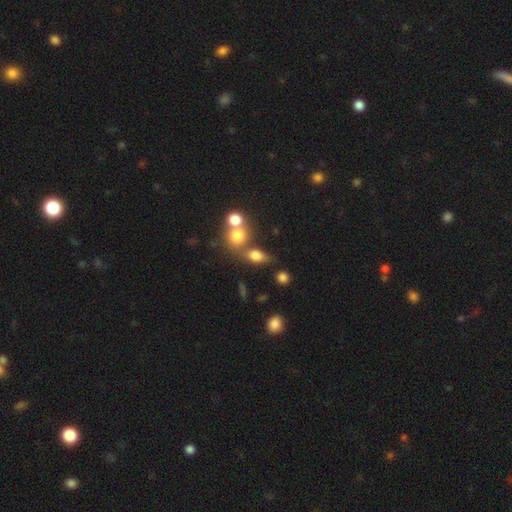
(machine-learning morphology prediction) smooth_or_featured: smooth (p=0.74) [alt: featured or disk p=0.14]
how_rounded: in between (p=0.64) [alt: round p=0.30]
merging: none (p=0.49) [alt: merger p=0.30]